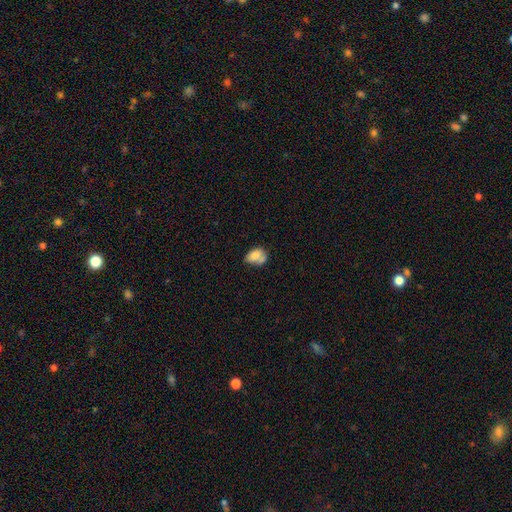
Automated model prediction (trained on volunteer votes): Overall: smooth (73%). How rounded: in between (78%). Merging: none (34%; merger 32%).